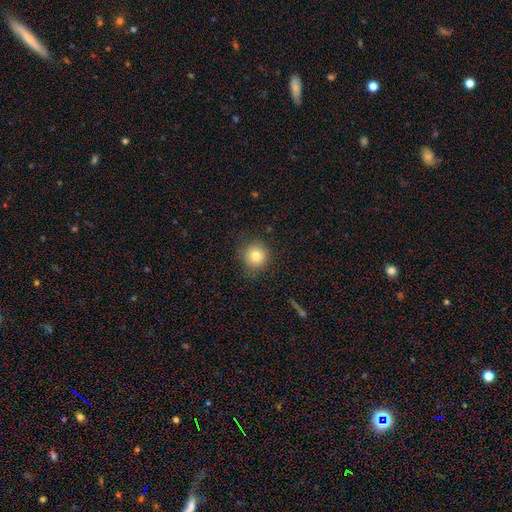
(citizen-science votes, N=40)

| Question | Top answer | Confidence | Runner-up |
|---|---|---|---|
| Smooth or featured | smooth | 75% | featured or disk (12%) |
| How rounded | round | 90% | in between (7%) |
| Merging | none | 80% | minor disturbance (11%) |